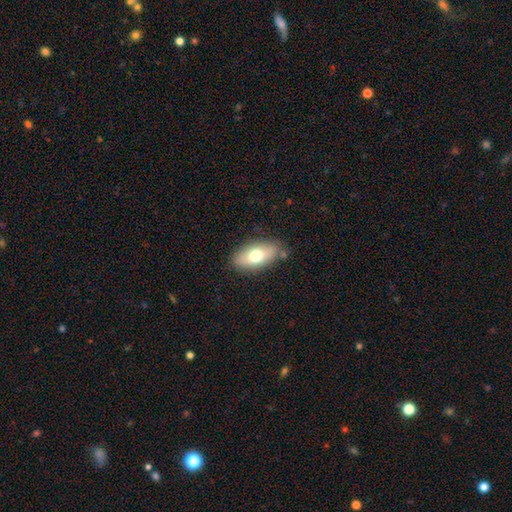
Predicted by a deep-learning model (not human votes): Smooth or featured: smooth — 70% (featured or disk — 23%)
How rounded: in between — 89% (cigar-shaped — 6%)
Merging: none — 80% (minor disturbance — 14%)